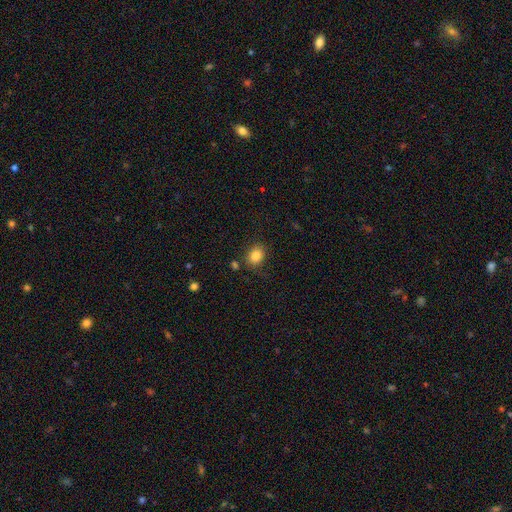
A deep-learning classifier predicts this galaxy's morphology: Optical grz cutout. It shows a smooth galaxy with no disk features (84%) that is in between round and cigar-shaped (50%). Merging: none (79%).